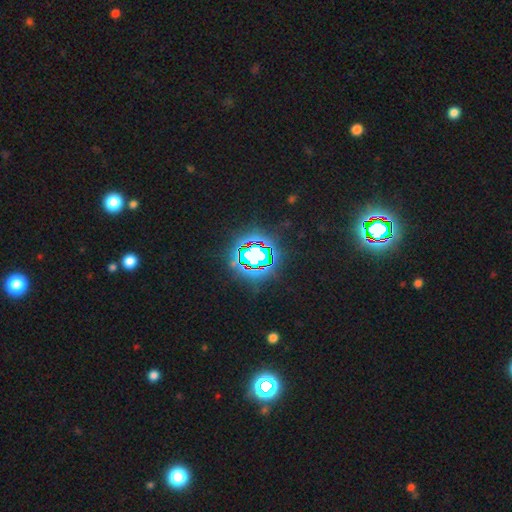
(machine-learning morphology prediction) This appears to be a star or artifact, not a galaxy (75%).